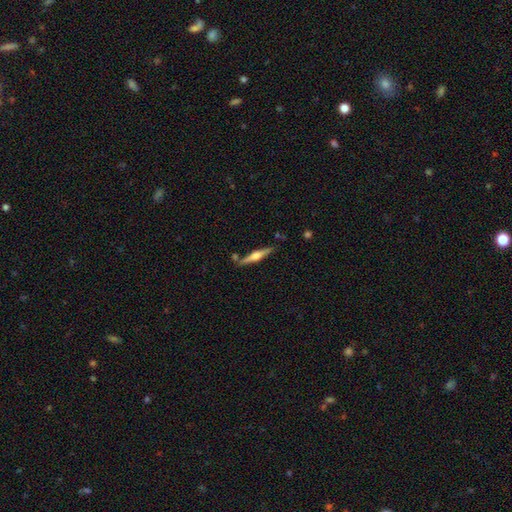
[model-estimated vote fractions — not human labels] Smooth or featured?
  - featured or disk: 68% *
  - smooth: 26%
  - star or artifact: 6%
Edge-on disk?
  - yes: 98% *
  - no: 2%
Edge-on bulge?
  - rounded: 85% *
  - boxy: 11%
  - none: 4%
Merging?
  - none: 81% *
  - minor disturbance: 11%
  - merger: 6%
  - major disturbance: 2%